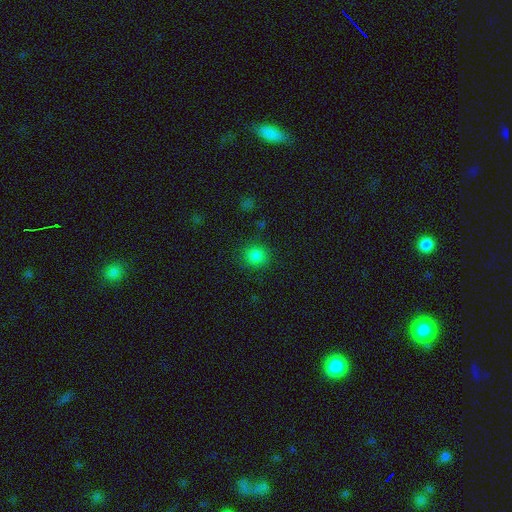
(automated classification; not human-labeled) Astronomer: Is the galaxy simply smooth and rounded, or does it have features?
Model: smooth — 84%.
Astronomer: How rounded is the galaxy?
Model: round — 91%.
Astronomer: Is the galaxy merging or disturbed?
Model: none — 87%.